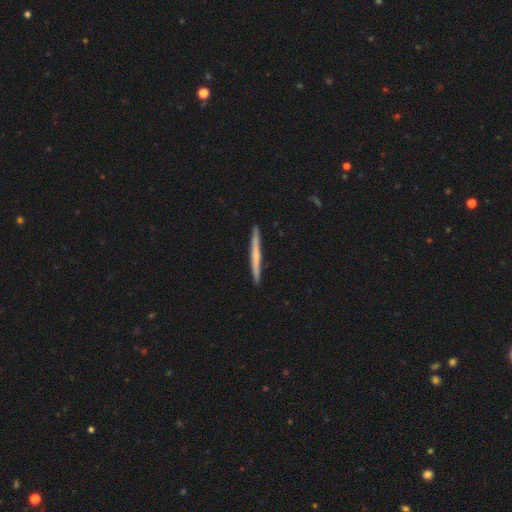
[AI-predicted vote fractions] A smooth galaxy with no disk features (49%). Merging: none (92%).